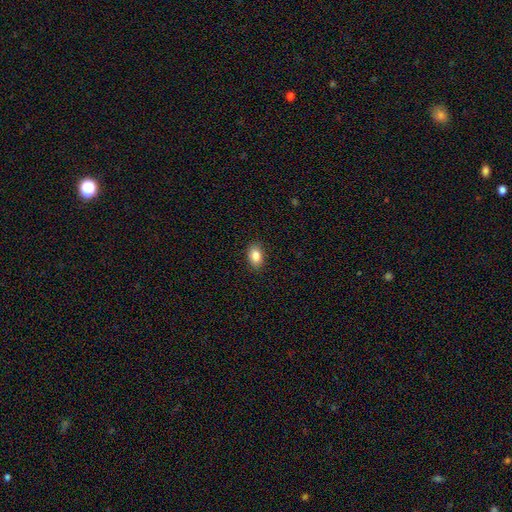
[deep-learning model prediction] Overall: smooth (86%). How rounded: in between (87%). Merging: none (89%).